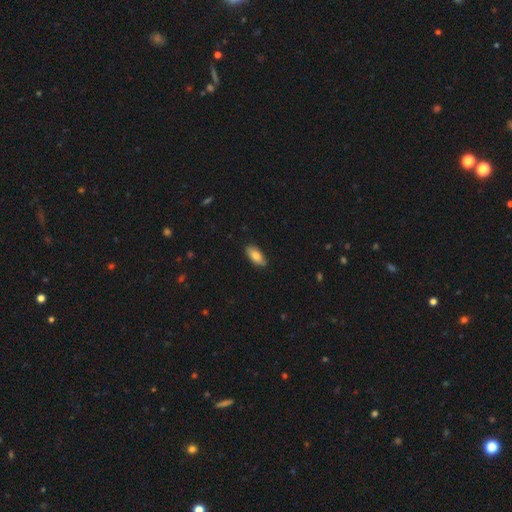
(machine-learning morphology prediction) This appears to be a smooth galaxy with no disk features (79%) that is in between round and cigar-shaped (86%). Merging: none (86%).